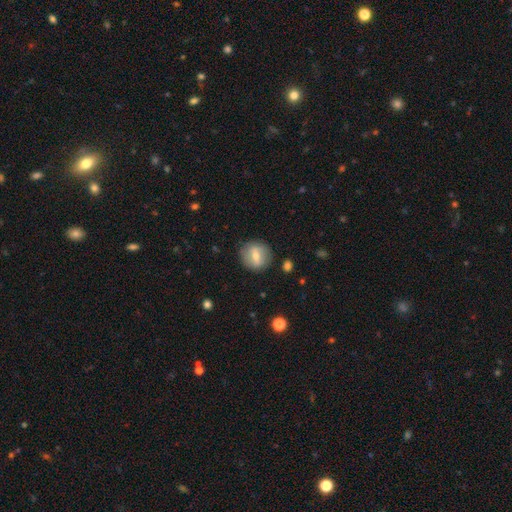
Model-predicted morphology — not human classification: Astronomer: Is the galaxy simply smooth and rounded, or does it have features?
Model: smooth — 60%.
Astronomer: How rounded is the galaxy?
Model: round — 86%.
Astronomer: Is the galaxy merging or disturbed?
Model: none — 85%.